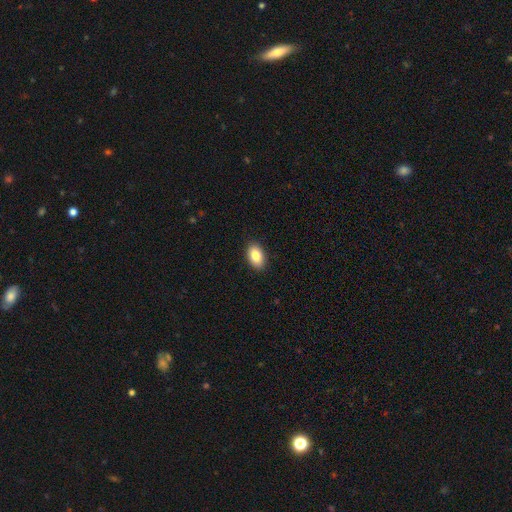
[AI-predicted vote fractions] Q: Smooth or featured?
A: smooth (85%); runner-up: featured or disk (7%)
Q: How rounded?
A: in between (92%); runner-up: round (7%)
Q: Merging?
A: none (90%); runner-up: minor disturbance (7%)